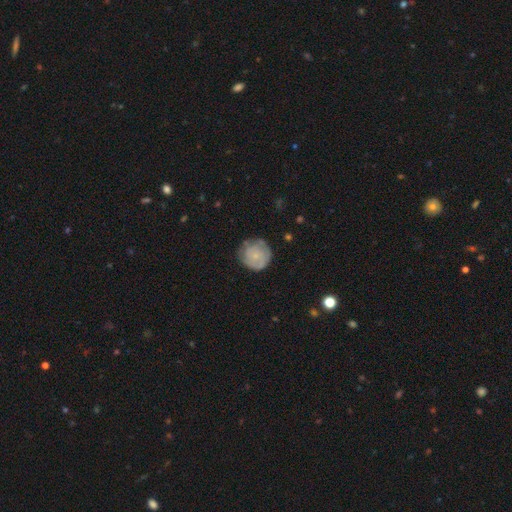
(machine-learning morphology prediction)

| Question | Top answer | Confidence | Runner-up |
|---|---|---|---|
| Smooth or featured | smooth | 59% | featured or disk (33%) |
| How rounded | round | 92% | in between (7%) |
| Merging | none | 65% | minor disturbance (24%) |